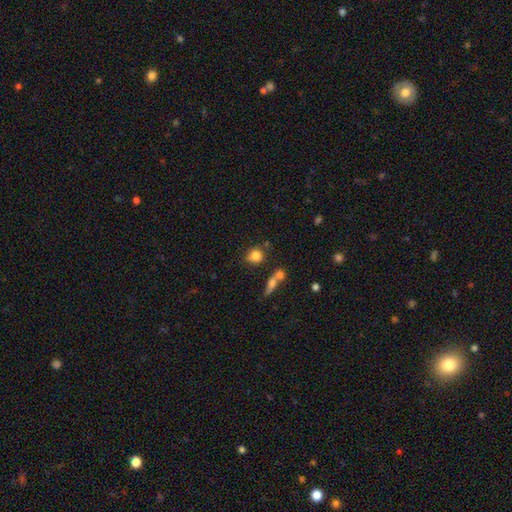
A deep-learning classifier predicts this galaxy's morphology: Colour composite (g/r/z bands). It shows a smooth galaxy with no disk features (81%) that is round (73%). Merging: none (65%).